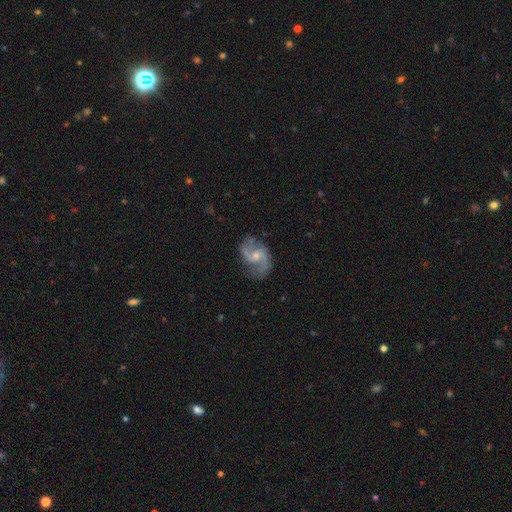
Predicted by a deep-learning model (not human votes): Q: Smooth or featured?
A: featured or disk (88%); runner-up: smooth (7%)
Q: Edge-on disk?
A: no (98%); runner-up: yes (2%)
Q: Bar?
A: weak (46%); tied with: no (46%)
Q: Spiral arms?
A: yes (97%); runner-up: no (3%)
Q: Spiral winding?
A: medium (48%); runner-up: loose (42%)
Q: Spiral arm count?
A: 2 (91%); runner-up: can't tell (3%)
Q: Bulge size?
A: small (49%); runner-up: moderate (43%)
Q: Merging?
A: none (73%); runner-up: minor disturbance (18%)